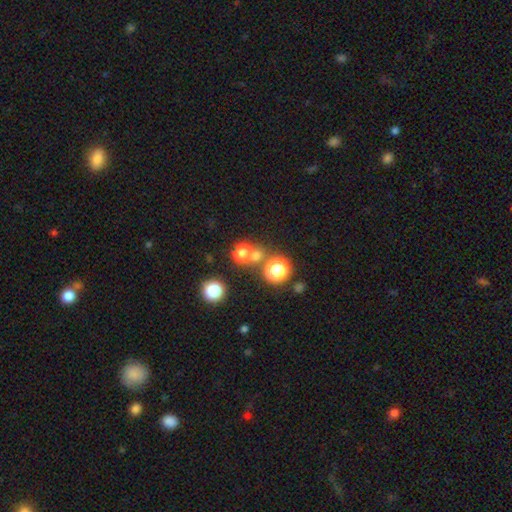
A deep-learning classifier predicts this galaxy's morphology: The model was most divided on "merging": none: 58%, merger: 32%, minor disturbance: 6%, major disturbance: 3%. More confident: how rounded — round (88%); smooth or featured — smooth (69%).